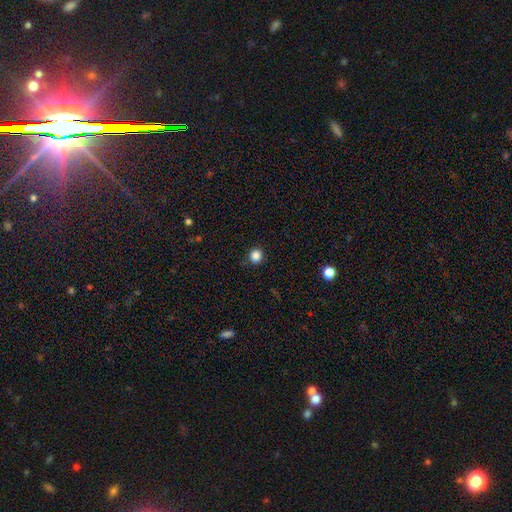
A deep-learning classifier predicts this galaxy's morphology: A smooth galaxy with no disk features (85%) that is round (86%).

Vote fractions:
- Smooth or featured? smooth: 85% / star or artifact: 11% / featured or disk: 3%
- How rounded? round: 86% / in between: 13% / cigar-shaped: 1%
- Merging? none: 89% / minor disturbance: 8% / major disturbance: 2% / merger: 1%